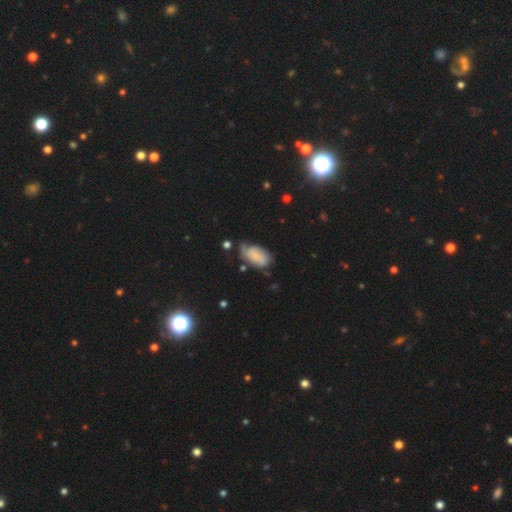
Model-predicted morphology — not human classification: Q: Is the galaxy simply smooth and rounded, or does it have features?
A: smooth — 66%.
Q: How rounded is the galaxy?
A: in between — 93%.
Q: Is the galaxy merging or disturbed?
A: none — 43%.